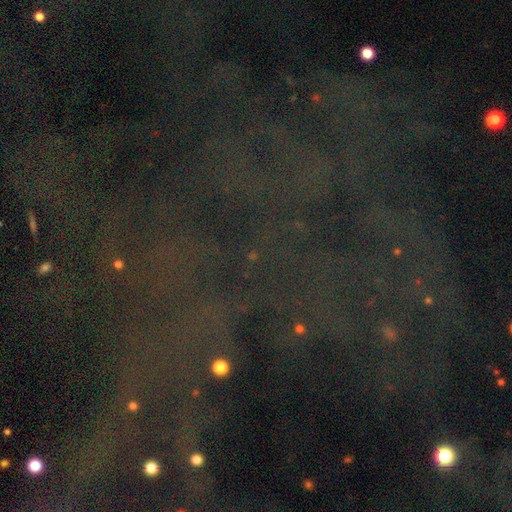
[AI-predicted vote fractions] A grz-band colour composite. It shows a star or artifact, not a galaxy (78%).